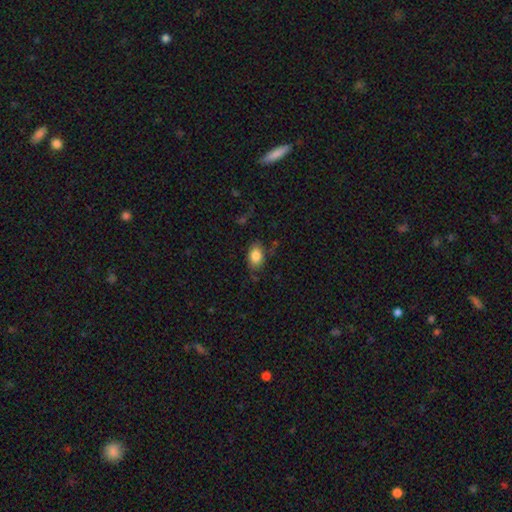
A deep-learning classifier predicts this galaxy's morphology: The model was most divided on "merging": none: 76%, minor disturbance: 18%, major disturbance: 5%, merger: 2%. More confident: how rounded — in between (86%); smooth or featured — smooth (84%).